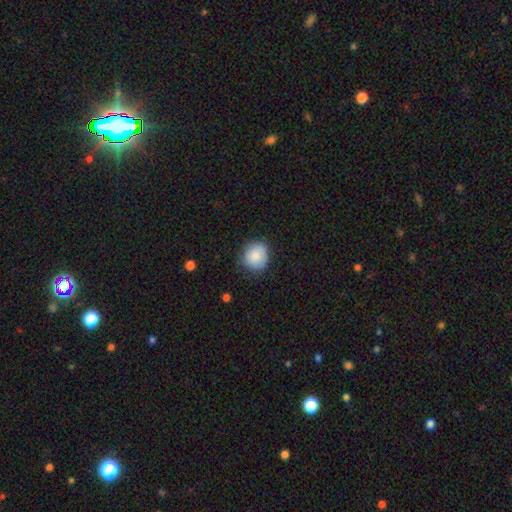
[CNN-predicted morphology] Smooth or featured? Predicted: smooth (p=0.86). How rounded? Predicted: round (p=0.81). Merging? Predicted: none (p=0.75).